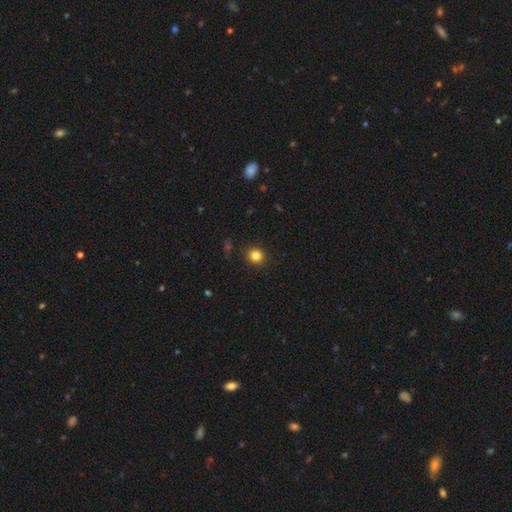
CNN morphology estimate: smooth_or_featured: smooth (p=0.83) [alt: star or artifact p=0.12]
how_rounded: round (p=0.88) [alt: in between p=0.11]
merging: none (p=0.91) [alt: minor disturbance p=0.06]